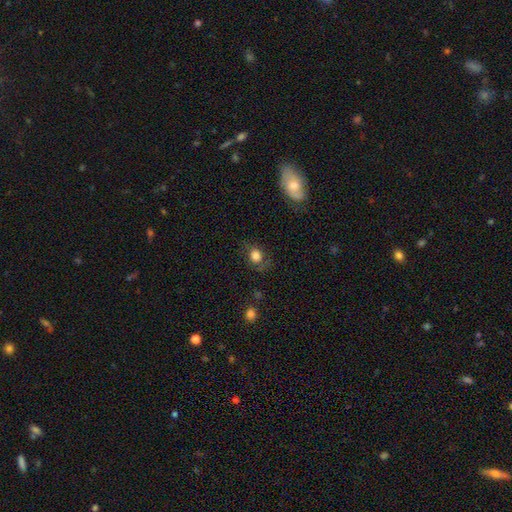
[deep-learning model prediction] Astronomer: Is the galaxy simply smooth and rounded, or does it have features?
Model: smooth — 79%.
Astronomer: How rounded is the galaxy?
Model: round — 57% (runner-up: in between, 42%).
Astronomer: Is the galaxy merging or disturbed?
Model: none — 68%.